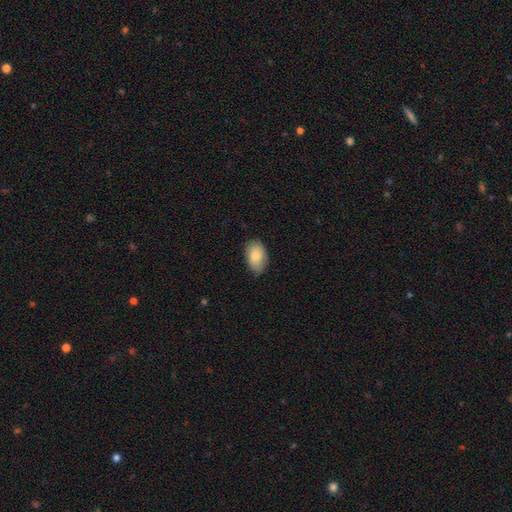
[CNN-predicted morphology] Overall: smooth (80%). How rounded: in between (89%). Merging: none (76%).